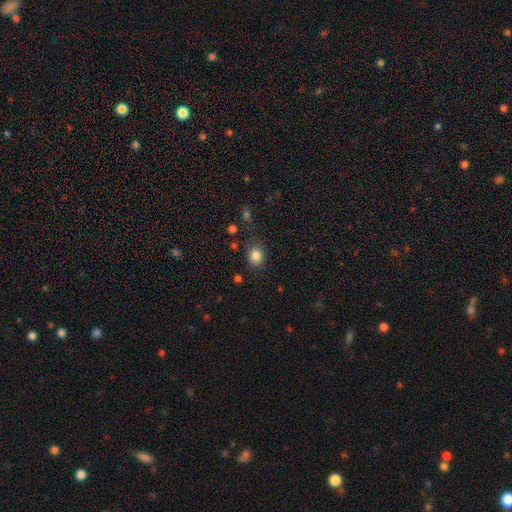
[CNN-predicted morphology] Smooth or featured? Predicted: smooth (p=0.84). How rounded? Predicted: round (p=0.57). Merging? Predicted: none (p=0.79).